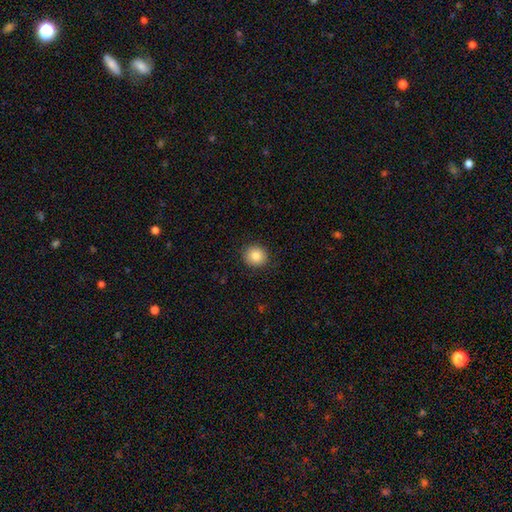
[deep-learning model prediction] The model was most divided on "how rounded": round: 87%, in between: 12%, cigar-shaped: 1%. More confident: merging — none (89%); smooth or featured — smooth (84%).